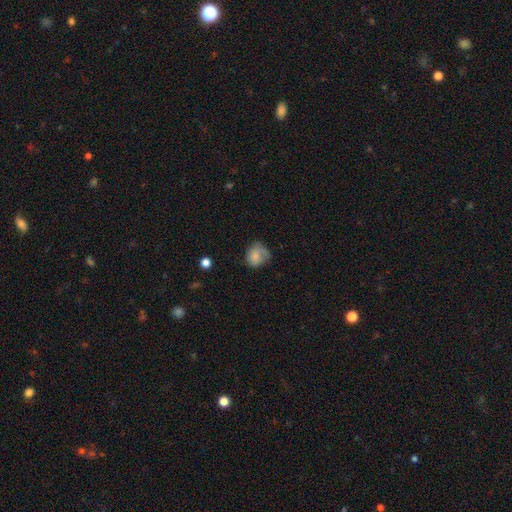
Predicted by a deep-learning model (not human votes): Overall: smooth (72%). How rounded: round (63%; in between 37%). Merging: none (44%; minor disturbance 33%).